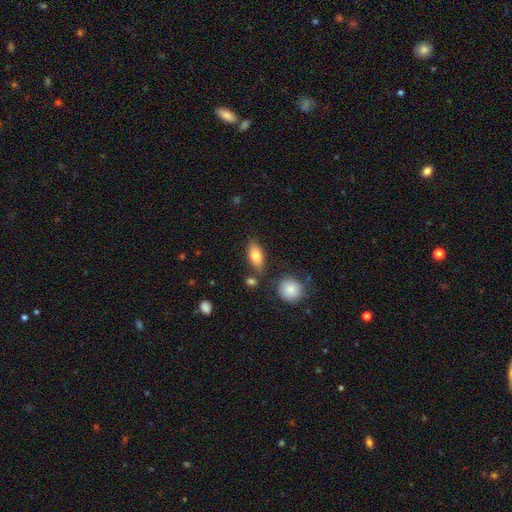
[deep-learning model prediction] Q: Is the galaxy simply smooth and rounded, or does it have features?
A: smooth — 79%.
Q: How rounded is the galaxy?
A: in between — 86%.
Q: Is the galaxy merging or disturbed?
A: none — 75%.